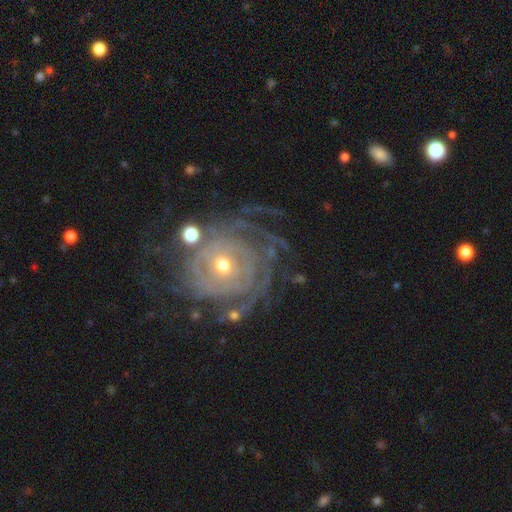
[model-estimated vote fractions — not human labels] A featured or disk galaxy (87%) with no bar (75%), tight (81%) spiral arms (96%) and a small central bulge (52%). Merging: none (67%).